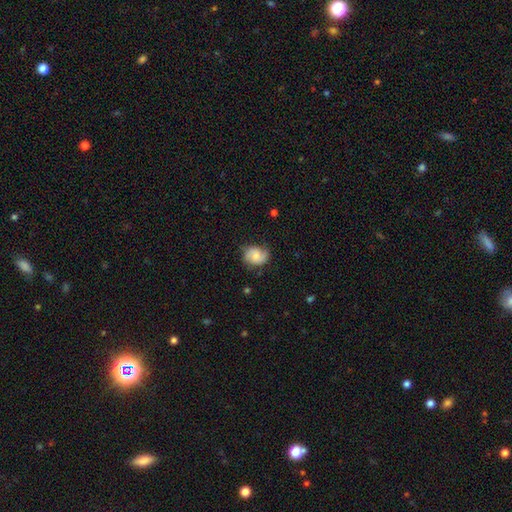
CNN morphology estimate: Smooth or featured? smooth (50%)
How rounded? round (59%)
Merging? none (67%)